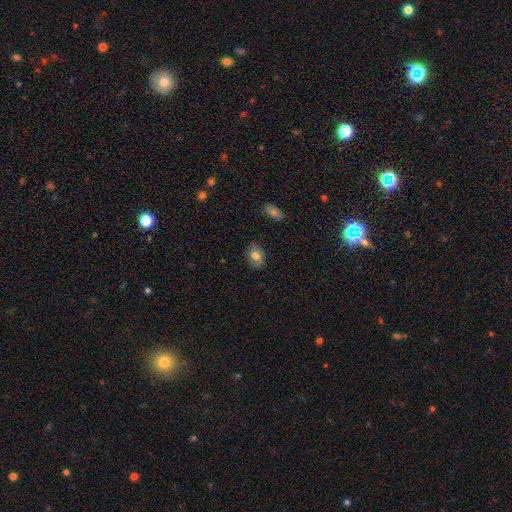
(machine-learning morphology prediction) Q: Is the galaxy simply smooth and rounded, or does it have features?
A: smooth — 75%.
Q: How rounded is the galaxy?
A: in between — 81%.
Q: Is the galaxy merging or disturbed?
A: none — 81%.